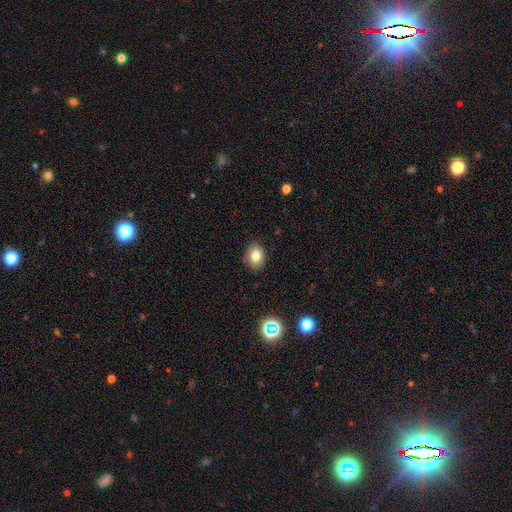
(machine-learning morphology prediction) smooth 80%, star or artifact 11%, featured or disk 9%. Down the decision tree: how rounded — in between (67%); merging — none (84%).